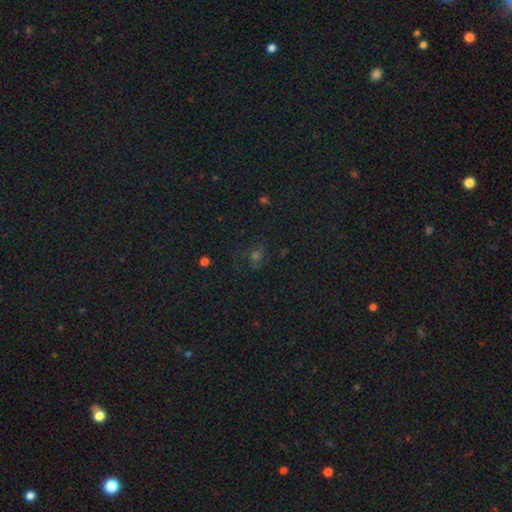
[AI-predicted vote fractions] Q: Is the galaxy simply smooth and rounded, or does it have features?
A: star or artifact — 49%.